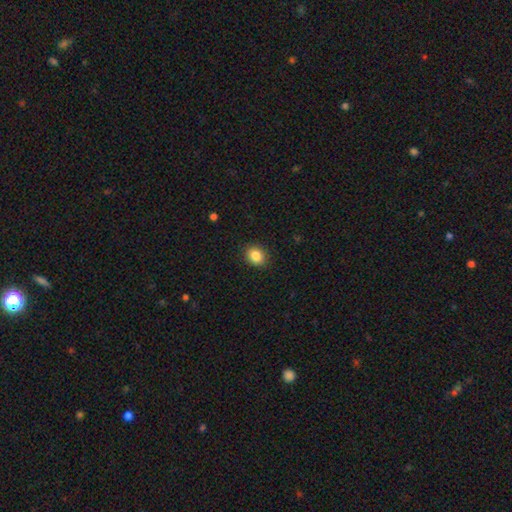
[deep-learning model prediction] smooth 86%, star or artifact 10%, featured or disk 5%. Down the decision tree: how rounded — round (59%); merging — none (89%).